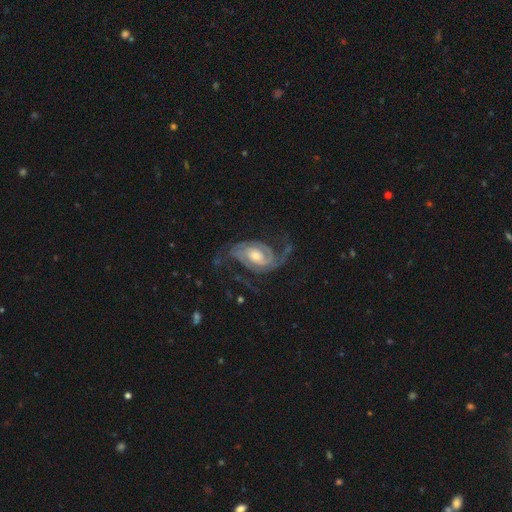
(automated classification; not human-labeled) A featured or disk galaxy (91%) with no bar (52%), 2 (75%) medium (44%) spiral arms (98%) and a moderate central bulge (63%).

Vote fractions:
- Smooth or featured? featured or disk: 91% / smooth: 5% / star or artifact: 4%
- Edge-on disk? no: 97% / yes: 3%
- Bar? no: 52% / weak: 37% / strong: 12%
- Spiral arms? yes: 98% / no: 2%
- Spiral winding? medium: 44% / tight: 42% / loose: 15%
- Spiral arm count? 2: 75% / 3: 10% / can't tell: 7% / 1: 4% / 4: 3% / more than 4: 3%
- Bulge size? moderate: 63% / small: 26% / large: 8% / none: 2% / dominant: 1%
- Merging? none: 63% / minor disturbance: 18% / major disturbance: 17% / merger: 2%